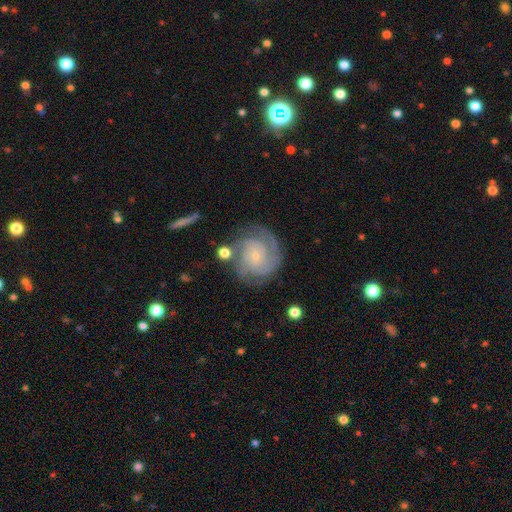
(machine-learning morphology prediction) Overall: featured or disk (83%). Edge-on disk: no (98%). Bar: no (62%; weak 31%). Spiral arms: yes (96%). Spiral arm count: 2 (33%; 3 26%). Spiral winding: tight (68%). Bulge size: small (79%). Merging: none (71%).